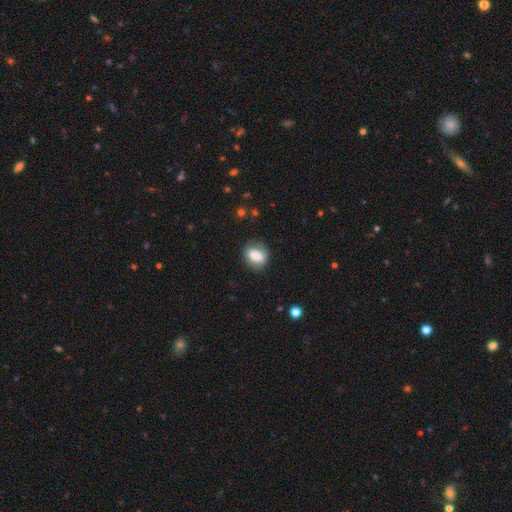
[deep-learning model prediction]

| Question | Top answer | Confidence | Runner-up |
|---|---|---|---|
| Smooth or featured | smooth | 71% | featured or disk (21%) |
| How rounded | round | 50% | in between (48%) |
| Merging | none | 81% | minor disturbance (13%) |